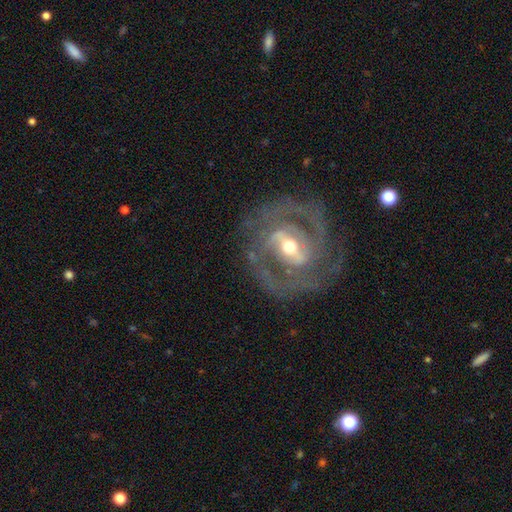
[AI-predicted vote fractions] smooth_or_featured: featured or disk (p=0.88) [alt: smooth p=0.07]
disk_edge_on: no (p=0.96) [alt: yes p=0.04]
bar: strong (p=0.41) [alt: weak p=0.38]
has_spiral_arms: yes (p=0.91) [alt: no p=0.09]
spiral_winding: tight (p=0.54) [alt: medium p=0.37]
spiral_arm_count: 2 (p=0.62) [alt: can't tell p=0.15]
bulge_size: moderate (p=0.57) [alt: small p=0.37]
merging: none (p=0.76) [alt: minor disturbance p=0.14]